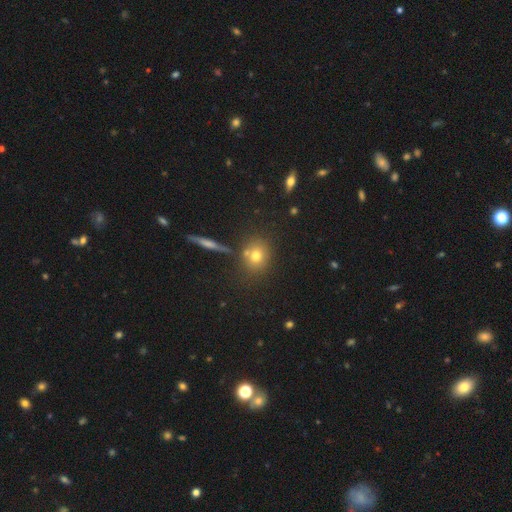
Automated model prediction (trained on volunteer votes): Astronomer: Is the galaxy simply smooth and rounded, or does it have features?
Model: smooth — 72%.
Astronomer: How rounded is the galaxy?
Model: round — 72%.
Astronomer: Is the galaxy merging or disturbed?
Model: none — 71%.